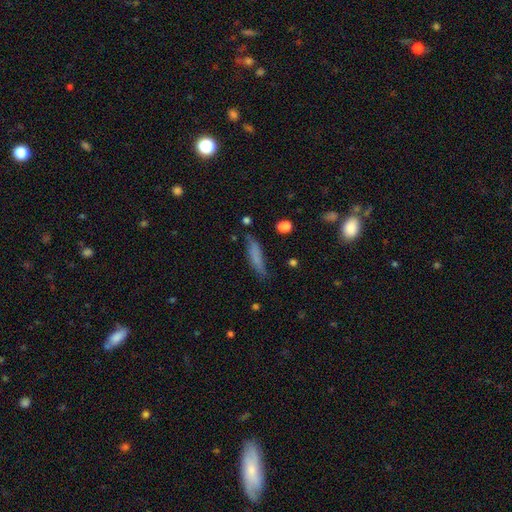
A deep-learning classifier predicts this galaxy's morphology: This is likely a smooth galaxy (71%). How rounded: likely cigar-shaped (77%). Merging: likely none (70%).